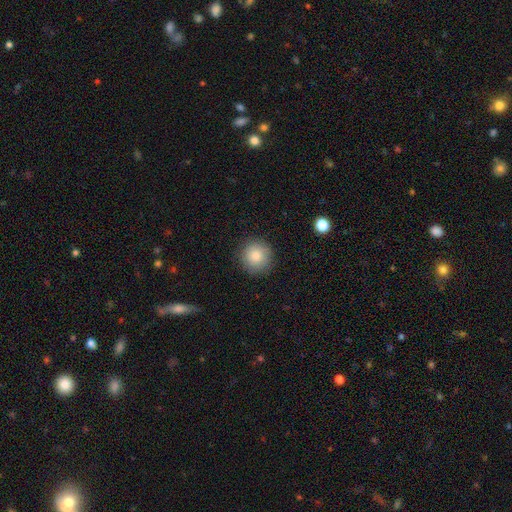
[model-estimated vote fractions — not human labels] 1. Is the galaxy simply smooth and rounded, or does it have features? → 83% smooth, 9% star or artifact, 8% featured or disk.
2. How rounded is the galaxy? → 94% round, 5% in between, 1% cigar-shaped.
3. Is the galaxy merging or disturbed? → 89% none, 8% minor disturbance, 2% major disturbance, 1% merger.